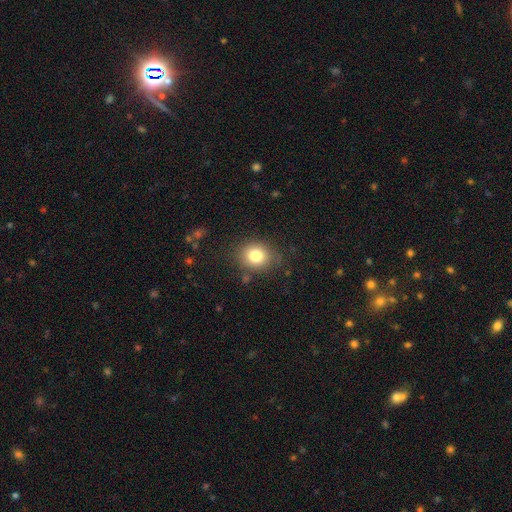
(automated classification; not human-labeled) Smooth or featured? smooth (80%)
How rounded? round (64%)
Merging? none (82%)